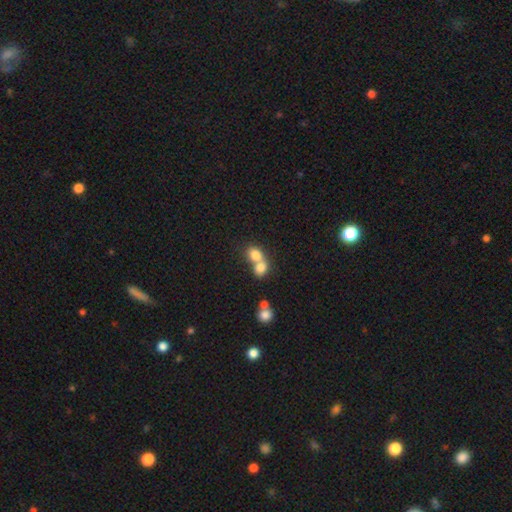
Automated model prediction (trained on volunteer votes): smooth_or_featured: smooth (p=0.77) [alt: featured or disk p=0.12]
how_rounded: round (p=0.57) [alt: in between p=0.42]
merging: merger (p=0.67) [alt: none p=0.25]